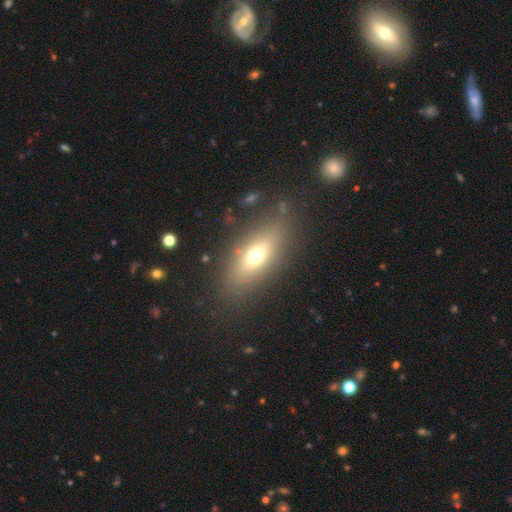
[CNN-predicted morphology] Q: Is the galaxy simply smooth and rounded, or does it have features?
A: smooth — 63%.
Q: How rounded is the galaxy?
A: in between — 70%.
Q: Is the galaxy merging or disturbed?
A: none — 82%.